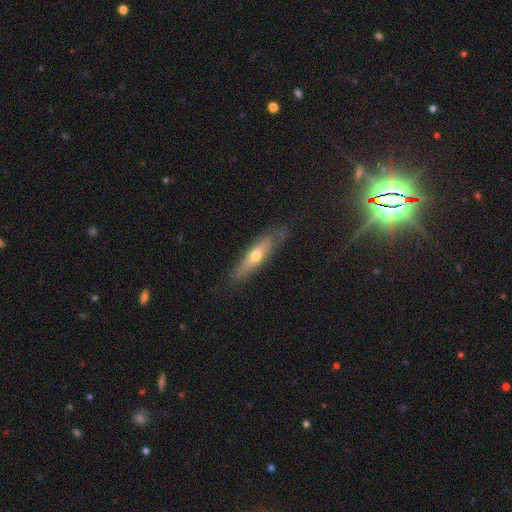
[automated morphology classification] A smooth galaxy with no disk features (49%). Merging: none (78%).